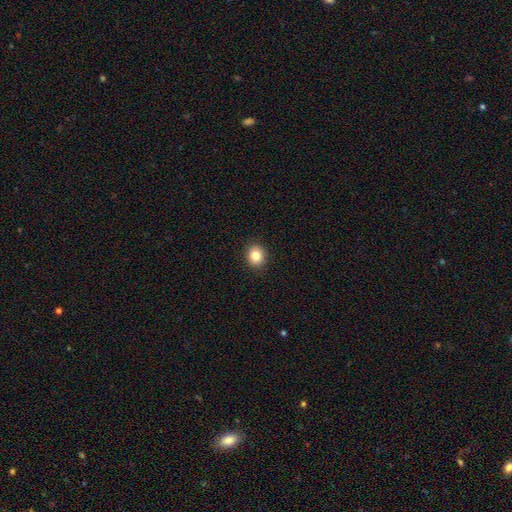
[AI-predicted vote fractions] Smooth or featured? Predicted: smooth (p=0.83). How rounded? Predicted: round (p=0.73). Merging? Predicted: none (p=0.92).